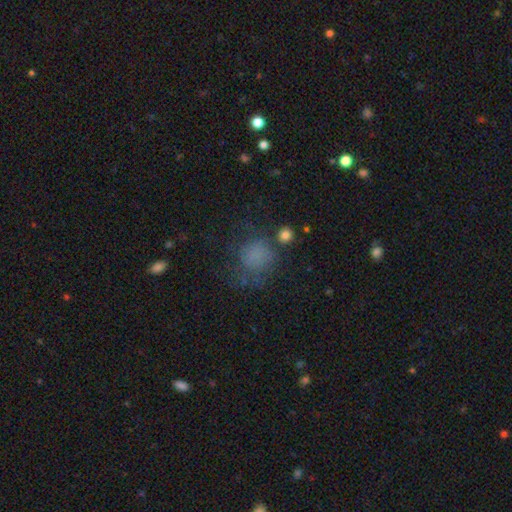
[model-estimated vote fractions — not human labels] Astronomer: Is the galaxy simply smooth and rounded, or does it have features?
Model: smooth — 70%.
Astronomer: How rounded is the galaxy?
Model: round — 77%.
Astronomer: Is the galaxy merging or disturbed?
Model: none — 52%.